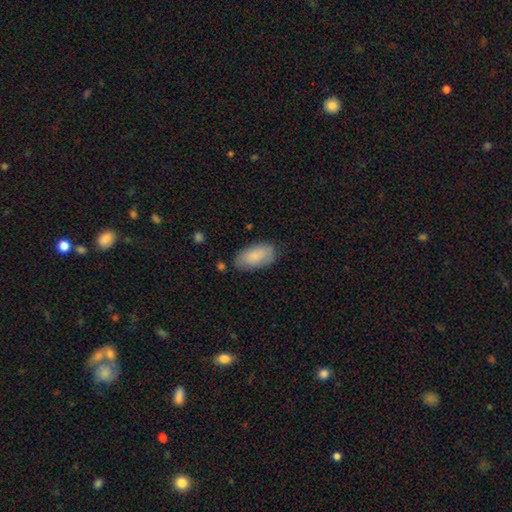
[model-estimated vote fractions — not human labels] Overall: smooth (83%). How rounded: in between (94%). Merging: none (74%).